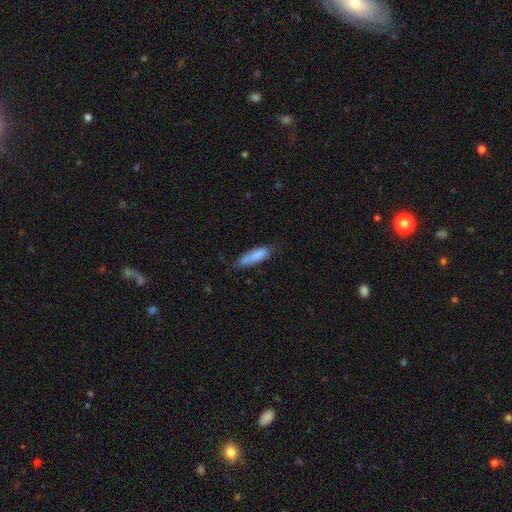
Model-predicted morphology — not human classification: smooth_or_featured: smooth (p=0.85) [alt: featured or disk p=0.09]
how_rounded: cigar-shaped (p=0.59) [alt: in between p=0.39]
merging: none (p=0.66) [alt: minor disturbance p=0.26]